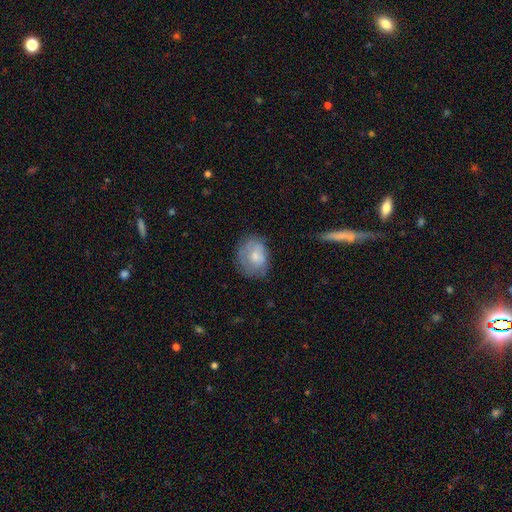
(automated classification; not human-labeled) This is likely a smooth galaxy (60%). How rounded: possibly round (50%). Merging: possibly none (58%).